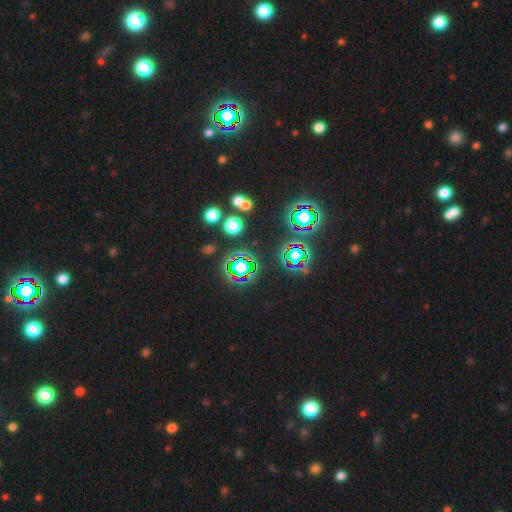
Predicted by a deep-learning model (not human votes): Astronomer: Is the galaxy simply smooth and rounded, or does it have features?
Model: star or artifact — 77%.